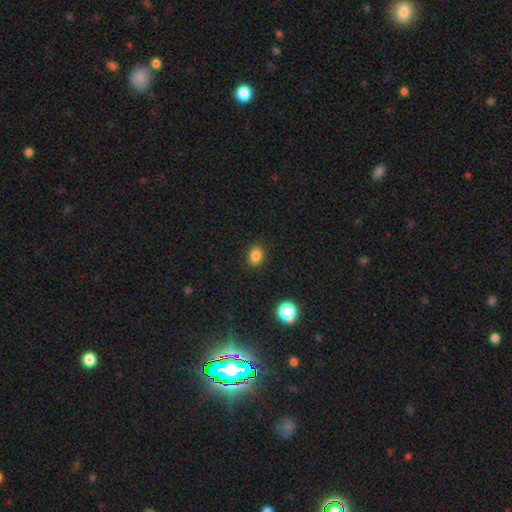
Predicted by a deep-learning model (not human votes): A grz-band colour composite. It shows a smooth galaxy with no disk features (84%) that is in between round and cigar-shaped (60%). Merging: none (89%).